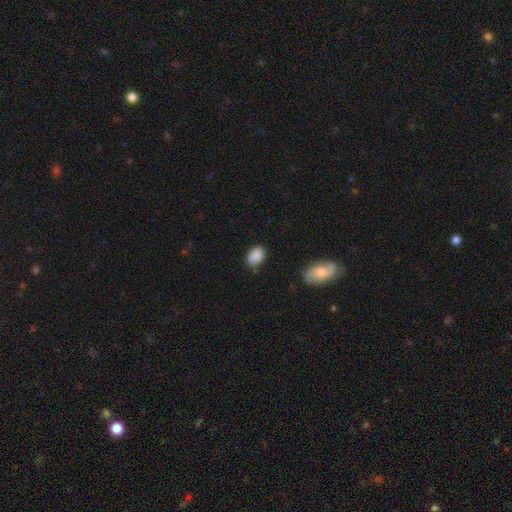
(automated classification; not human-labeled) Smooth or featured: smooth — 86% (star or artifact — 8%)
How rounded: in between — 79% (round — 19%)
Merging: none — 68% (minor disturbance — 24%)